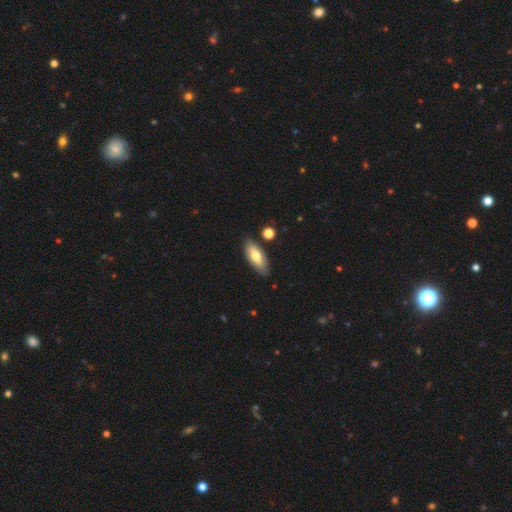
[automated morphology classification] type=smooth (66%); roundness=in between (75%); merging=none (84%).